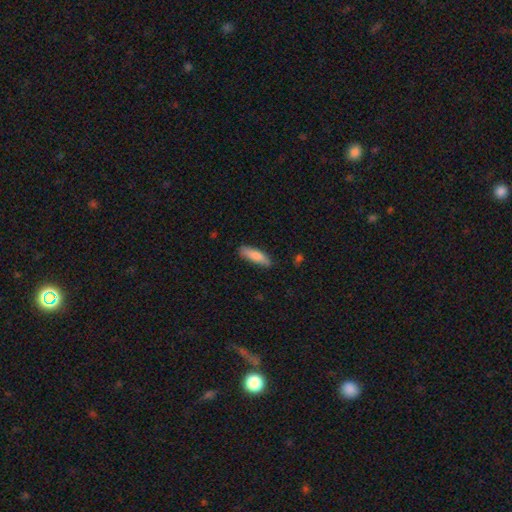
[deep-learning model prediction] Q: Smooth or featured?
A: smooth (84%); runner-up: featured or disk (10%)
Q: How rounded?
A: cigar-shaped (55%); runner-up: in between (43%)
Q: Merging?
A: none (80%); runner-up: minor disturbance (16%)